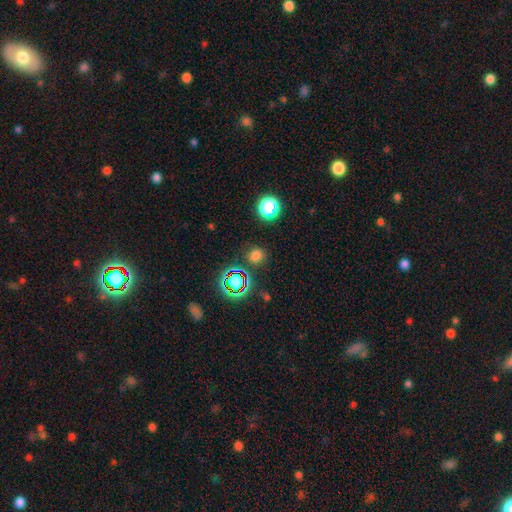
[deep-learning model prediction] smooth-or-featured: smooth: 67% | star or artifact: 27% | featured or disk: 6%
  how-rounded: round: 84% | in between: 15% | cigar-shaped: 1%
  merging: none: 83% | minor disturbance: 10% | major disturbance: 4% | merger: 4%